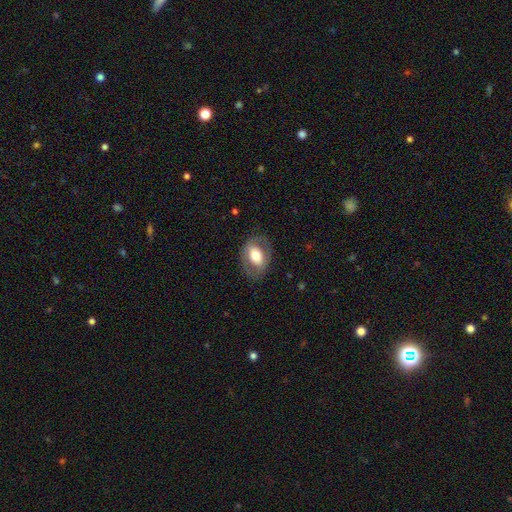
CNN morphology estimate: Smooth or featured? smooth (55%)
How rounded? in between (80%)
Merging? none (76%)